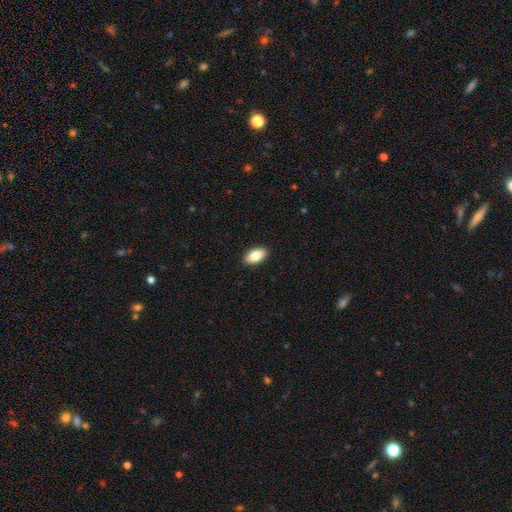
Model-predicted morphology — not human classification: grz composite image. It shows a smooth galaxy with no disk features (84%) that is in between round and cigar-shaped (93%). Merging: none (91%).